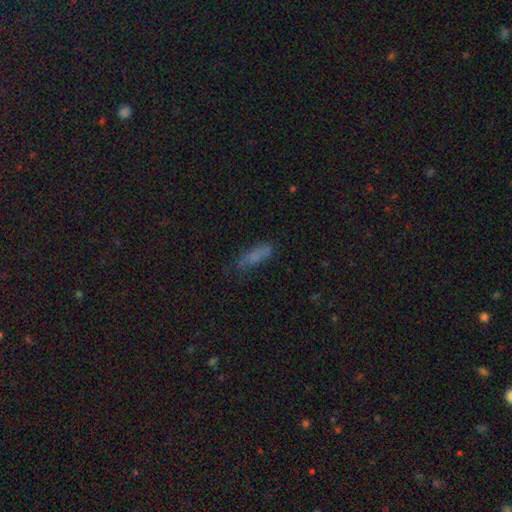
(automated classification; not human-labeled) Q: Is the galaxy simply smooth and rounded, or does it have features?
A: smooth — 70%.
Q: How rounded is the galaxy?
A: cigar-shaped — 54%.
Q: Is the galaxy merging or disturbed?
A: none — 58%.